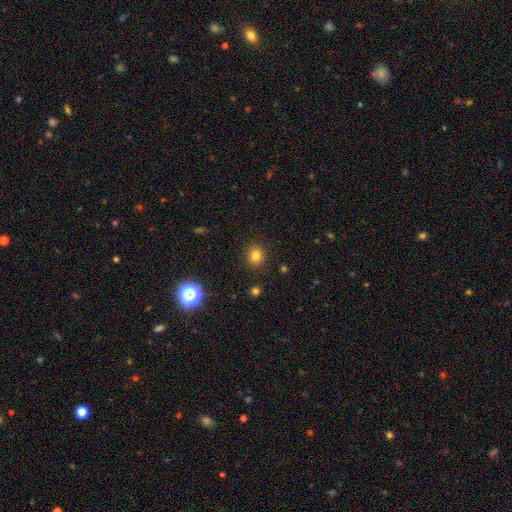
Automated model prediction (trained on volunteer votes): Smooth or featured? Predicted: smooth (p=0.80). How rounded? Predicted: round (p=0.77). Merging? Predicted: none (p=0.89).